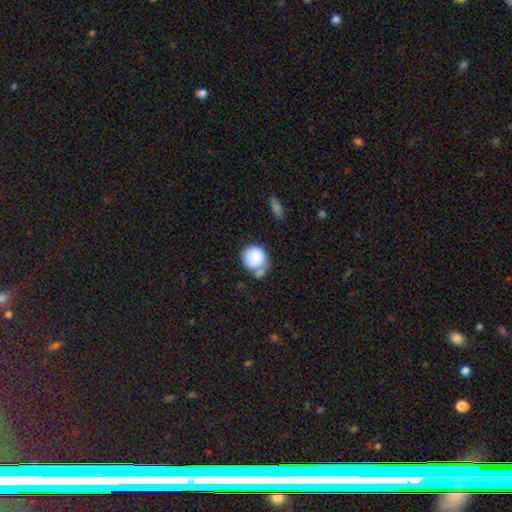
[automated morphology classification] type=smooth (81%); roundness=round (80%); merging=none (42%).